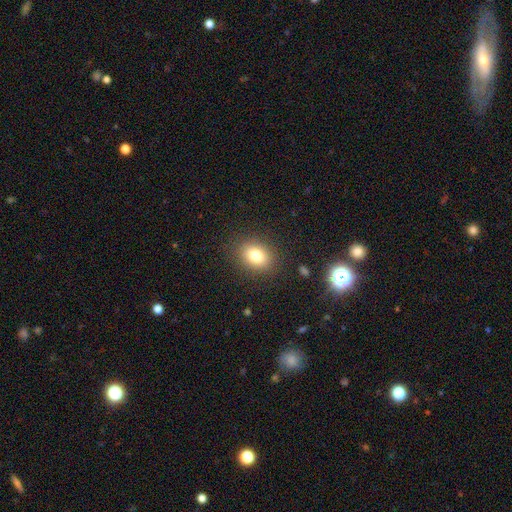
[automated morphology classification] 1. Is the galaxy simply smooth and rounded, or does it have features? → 80% smooth, 11% star or artifact, 9% featured or disk.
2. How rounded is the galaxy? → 57% in between, 42% round, 1% cigar-shaped.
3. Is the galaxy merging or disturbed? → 87% none, 9% minor disturbance, 3% major disturbance, 1% merger.